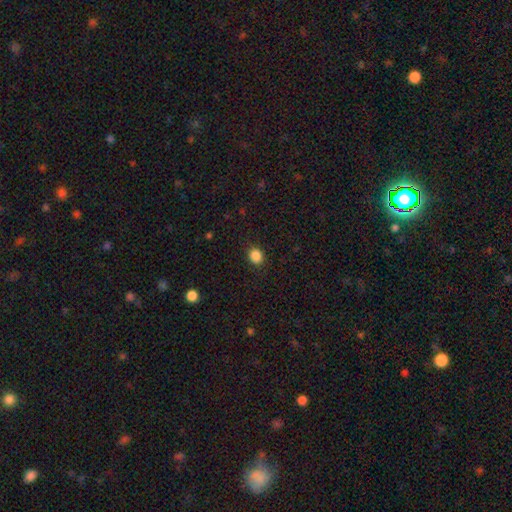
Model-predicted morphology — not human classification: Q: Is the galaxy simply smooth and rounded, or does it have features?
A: smooth — 86%.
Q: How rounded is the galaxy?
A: round — 72%.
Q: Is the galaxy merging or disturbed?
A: none — 89%.